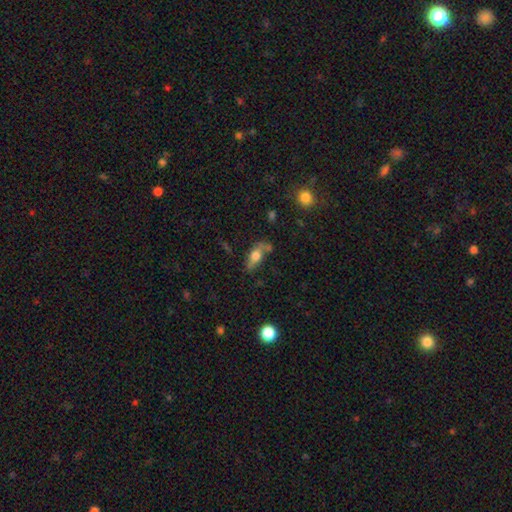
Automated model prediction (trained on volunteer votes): This appears to be a smooth galaxy with no disk features (58%) that is in between round and cigar-shaped (71%). Merging: none (55%).